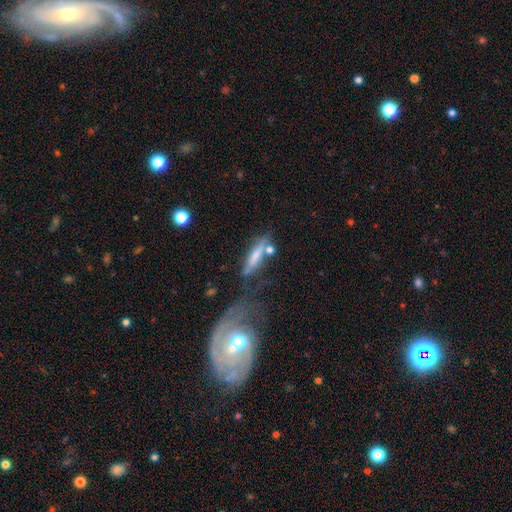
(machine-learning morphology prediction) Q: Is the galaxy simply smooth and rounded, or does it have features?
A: smooth — 56%.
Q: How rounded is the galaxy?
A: cigar-shaped — 76%.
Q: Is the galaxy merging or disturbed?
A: none — 48%.